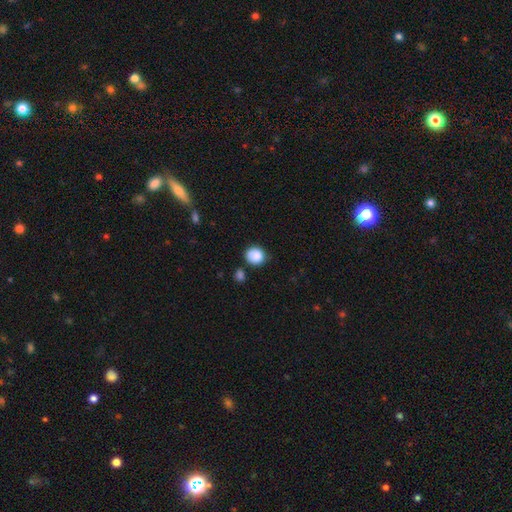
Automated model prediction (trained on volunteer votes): This appears to be a smooth galaxy with no disk features (87%) that is round (80%). Merging: none (69%).